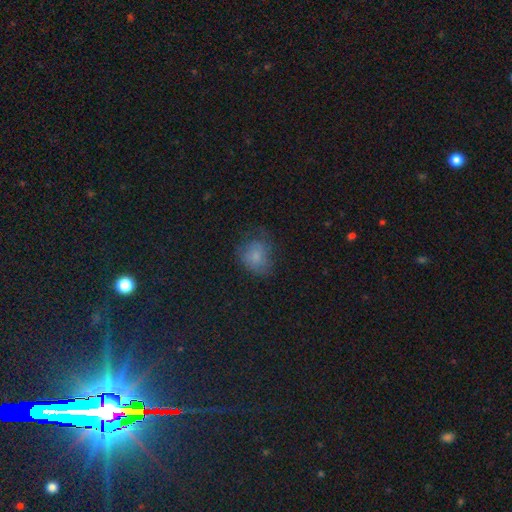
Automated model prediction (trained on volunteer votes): smooth-or-featured: smooth: 65% | featured or disk: 21% | star or artifact: 14%
  how-rounded: round: 60% | in between: 39% | cigar-shaped: 1%
  merging: none: 55% | minor disturbance: 27% | major disturbance: 17% | merger: 2%